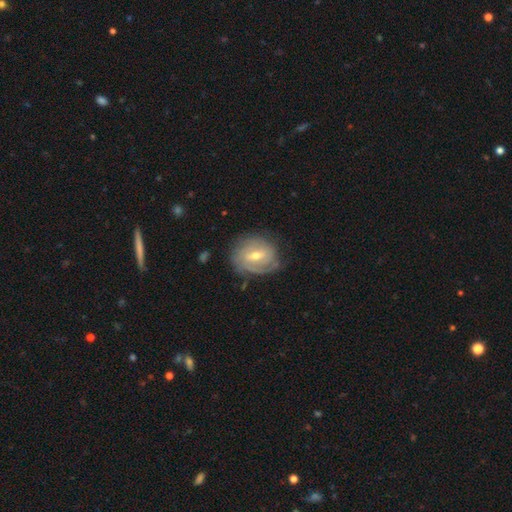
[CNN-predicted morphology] The model was most divided on "spiral arm count": can't tell: 40%, 2: 34%, 1: 11%, 3: 9%, 4: 3%, more than 4: 2%. More confident: edge-on disk — no (95%); spiral arms — yes (80%); smooth or featured — featured or disk (73%); merging — none (68%); spiral winding — tight (64%); bulge size — moderate (58%); bar — weak (53%).